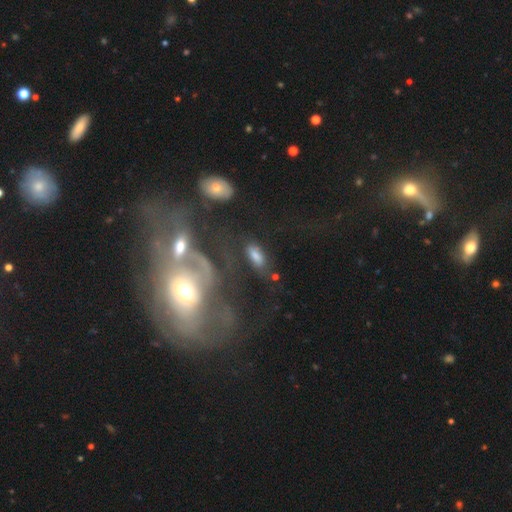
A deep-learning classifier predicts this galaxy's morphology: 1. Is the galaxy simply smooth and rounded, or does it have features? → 59% smooth, 27% featured or disk, 14% star or artifact.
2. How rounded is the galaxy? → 81% in between, 12% cigar-shaped, 6% round.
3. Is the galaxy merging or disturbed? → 57% none, 19% minor disturbance, 14% major disturbance, 9% merger.